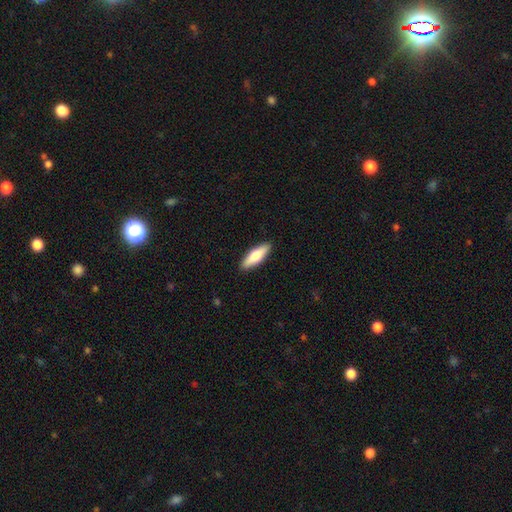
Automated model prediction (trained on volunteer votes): The model was most divided on "how rounded": cigar-shaped: 51%, in between: 47%, round: 2%. More confident: merging — none (91%); smooth or featured — smooth (68%).